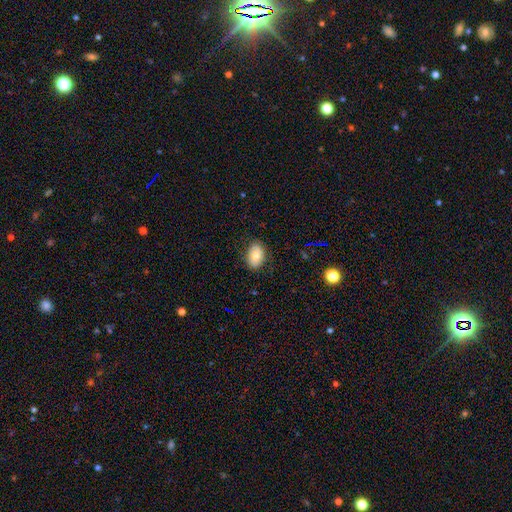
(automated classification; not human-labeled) Smooth or featured?
  - smooth: 73% *
  - featured or disk: 19%
  - star or artifact: 8%
How rounded?
  - in between: 85% *
  - round: 14%
  - cigar-shaped: 1%
Merging?
  - none: 82% *
  - minor disturbance: 14%
  - major disturbance: 3%
  - merger: 1%